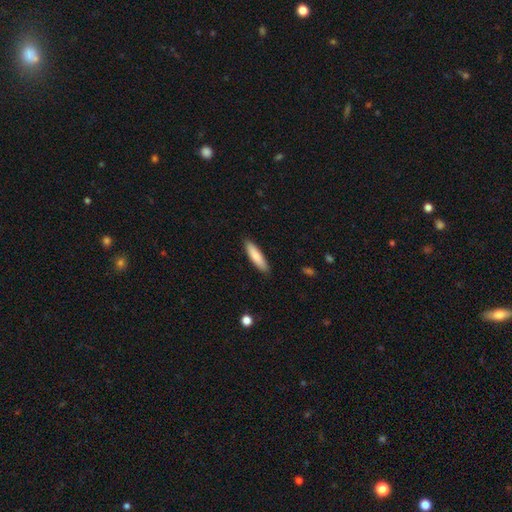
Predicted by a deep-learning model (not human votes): Morphology: type=smooth (84%); roundness=cigar-shaped (74%); merging=none (89%).